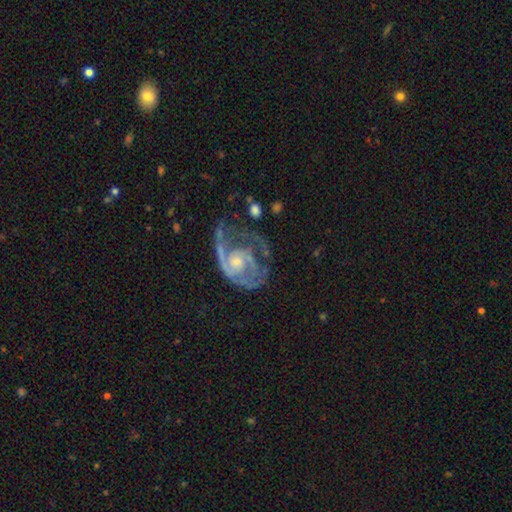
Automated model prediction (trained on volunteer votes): This appears to be a featured or disk galaxy (75%) with no bar (63%), 2 (32%) tight (43%) spiral arms (76%) and a small central bulge (48%). Merging: major disturbance (38%, tied with none).